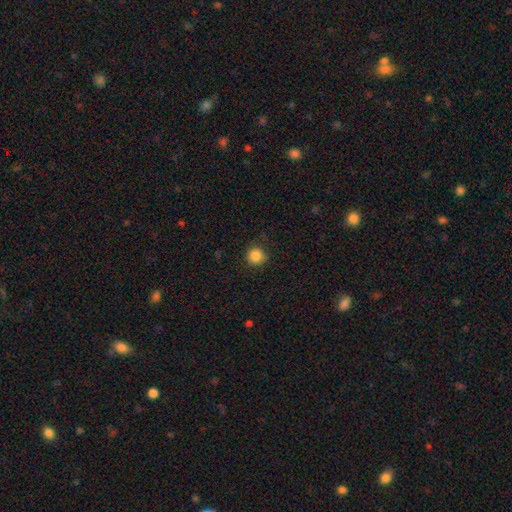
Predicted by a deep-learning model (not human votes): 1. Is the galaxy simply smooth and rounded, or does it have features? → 85% smooth, 11% star or artifact, 4% featured or disk.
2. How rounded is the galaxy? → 92% round, 7% in between, 1% cigar-shaped.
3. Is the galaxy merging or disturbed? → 85% none, 11% minor disturbance, 3% major disturbance, 1% merger.